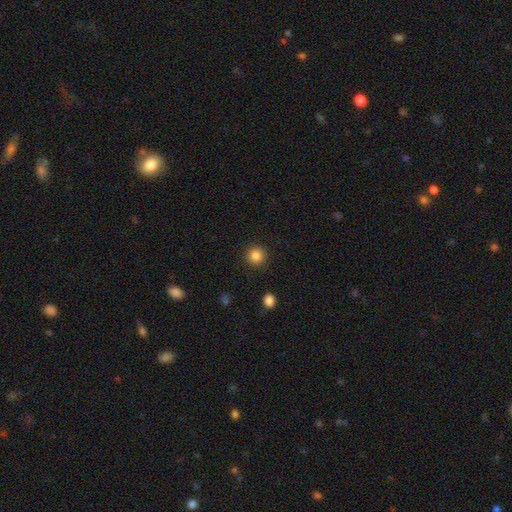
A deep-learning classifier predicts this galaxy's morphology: Smooth or featured? smooth (85%)
How rounded? round (94%)
Merging? none (91%)